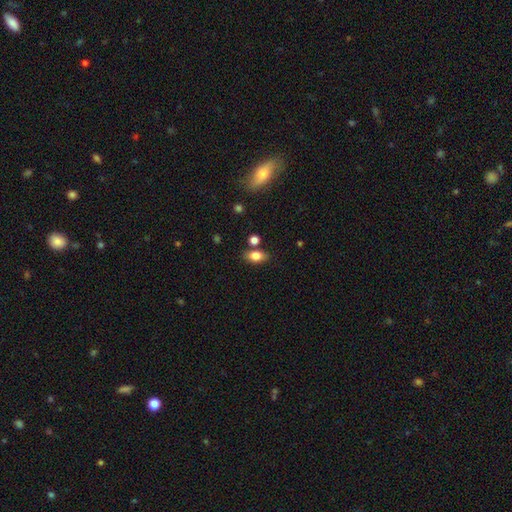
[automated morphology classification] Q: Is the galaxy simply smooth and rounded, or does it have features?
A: smooth — 80%.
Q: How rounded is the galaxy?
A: in between — 85%.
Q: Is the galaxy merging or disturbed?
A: none — 75%.